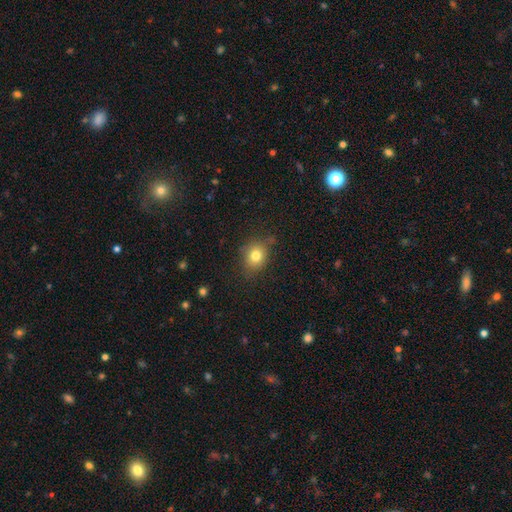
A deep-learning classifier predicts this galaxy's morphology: Smooth or featured? Predicted: smooth (p=0.79). How rounded? Predicted: round (p=0.62). Merging? Predicted: none (p=0.77).